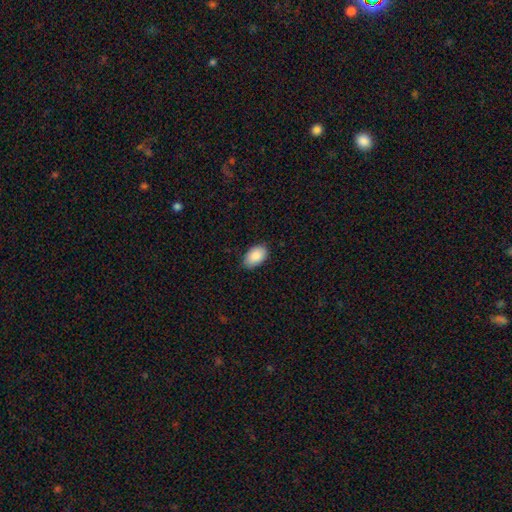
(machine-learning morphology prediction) Overall: smooth (88%). How rounded: in between (93%). Merging: none (85%).